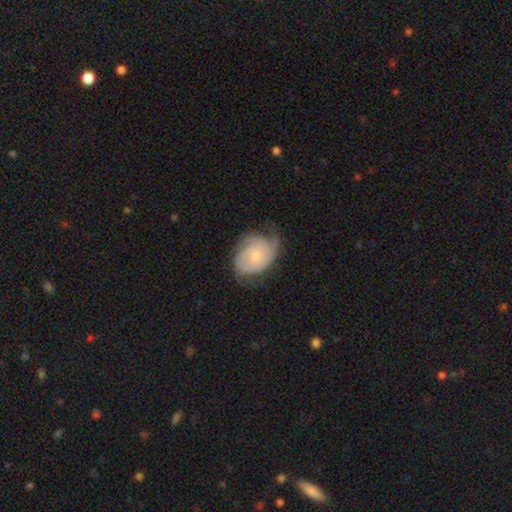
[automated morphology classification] Overall: featured or disk (68%). Edge-on disk: no (97%). Bar: no (78%). Spiral arms: yes (89%). Spiral arm count: 2 (40%; can't tell 24%). Spiral winding: tight (46%; medium 34%). Bulge size: small (60%; moderate 35%). Merging: none (47%; minor disturbance 32%).